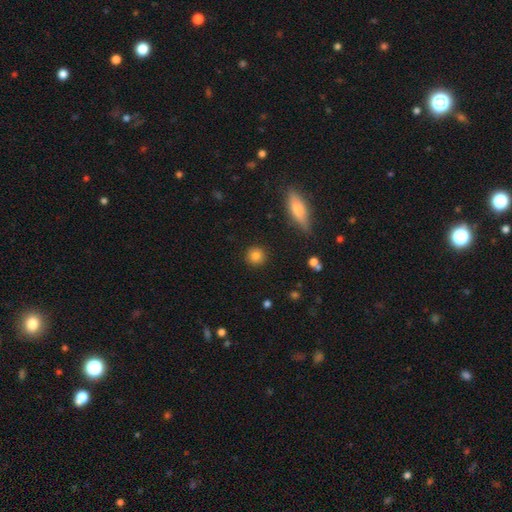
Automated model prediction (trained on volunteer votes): A smooth galaxy with no disk features (83%) that is round (92%). Merging: none (90%).